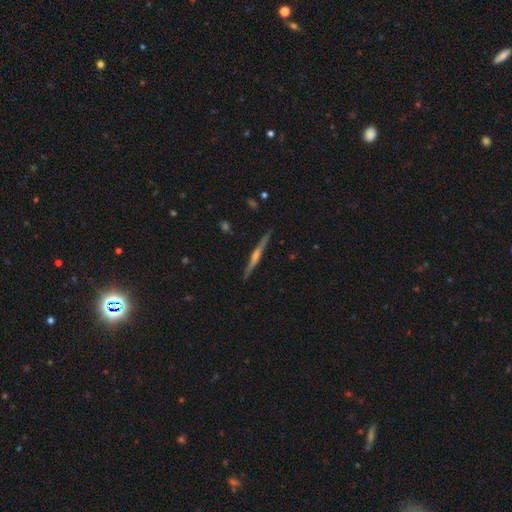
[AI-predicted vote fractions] Smooth or featured? featured or disk (73%)
Edge-on disk? yes (98%)
Edge-on bulge? rounded (54%)
Merging? none (90%)